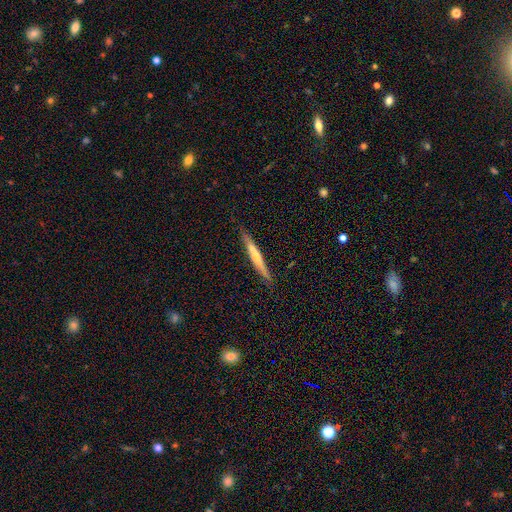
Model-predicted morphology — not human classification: A smooth galaxy with no disk features (50%) that is cigar-shaped (96%). Merging: none (87%).